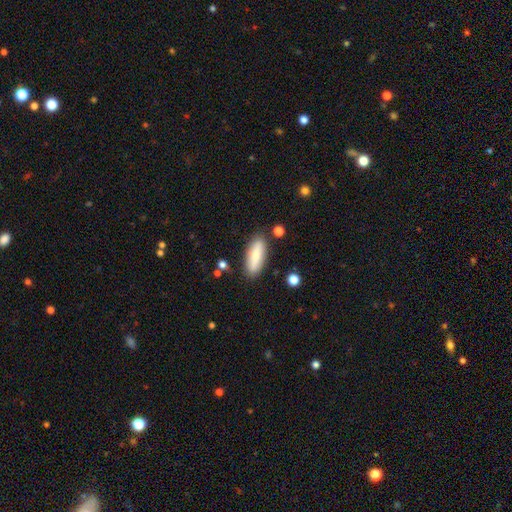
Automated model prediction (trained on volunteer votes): Overall: smooth (74%). How rounded: in between (62%; cigar-shaped 36%). Merging: none (84%).